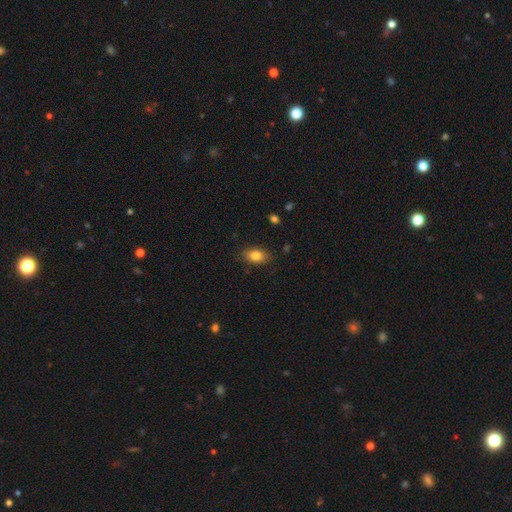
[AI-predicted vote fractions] Smooth or featured?
  - smooth: 83% *
  - featured or disk: 9%
  - star or artifact: 9%
How rounded?
  - in between: 85% *
  - round: 13%
  - cigar-shaped: 3%
Merging?
  - none: 85% *
  - minor disturbance: 11%
  - major disturbance: 3%
  - merger: 1%